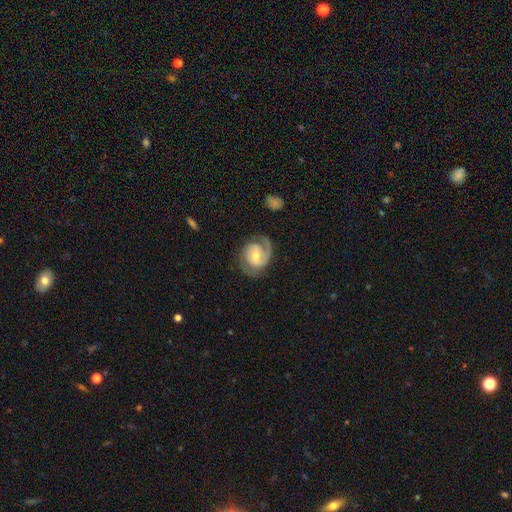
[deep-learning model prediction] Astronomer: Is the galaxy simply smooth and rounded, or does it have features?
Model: featured or disk — 81%.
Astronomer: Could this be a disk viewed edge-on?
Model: no — 98%.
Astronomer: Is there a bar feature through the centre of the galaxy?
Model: weak — 45% (runner-up: no, 42%).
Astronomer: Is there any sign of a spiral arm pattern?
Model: yes — 95%.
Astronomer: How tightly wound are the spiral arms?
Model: tight — 45% (runner-up: medium, 42%).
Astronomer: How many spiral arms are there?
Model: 2 — 62%.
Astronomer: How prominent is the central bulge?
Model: moderate — 56% (runner-up: small, 38%).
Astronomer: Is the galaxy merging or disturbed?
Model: none — 70%.